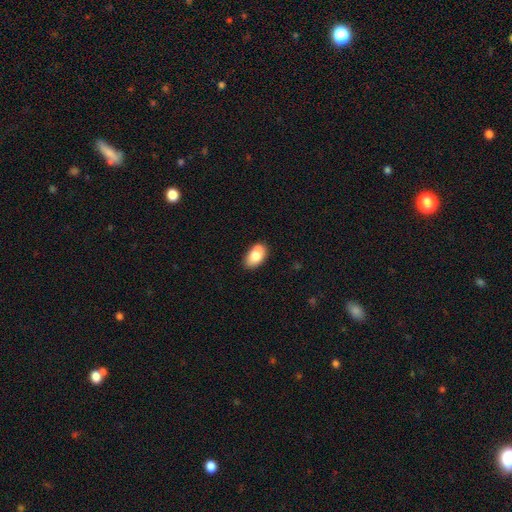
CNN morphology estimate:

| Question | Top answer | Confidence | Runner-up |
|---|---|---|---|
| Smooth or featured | smooth | 78% | featured or disk (15%) |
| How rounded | in between | 92% | round (6%) |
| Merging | none | 65% | minor disturbance (17%) |